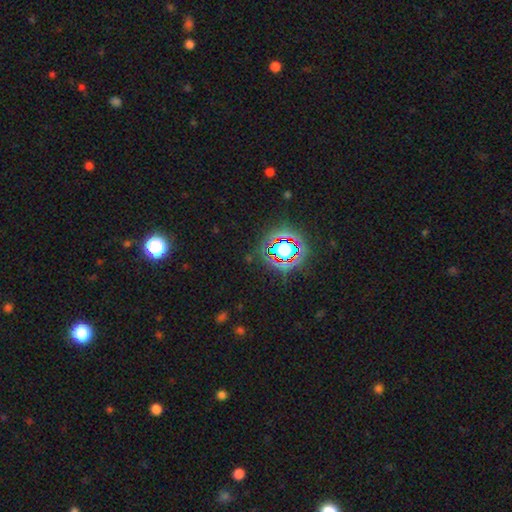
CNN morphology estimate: This is likely a star or artifact rather than a galaxy (79%).